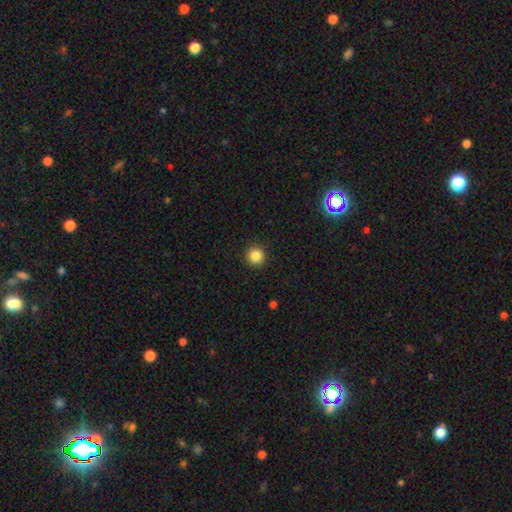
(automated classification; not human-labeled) A smooth galaxy with no disk features (85%) that is round (94%).

Vote fractions:
- Smooth or featured? smooth: 85% / star or artifact: 11% / featured or disk: 4%
- How rounded? round: 94% / in between: 5% / cigar-shaped: 1%
- Merging? none: 92% / minor disturbance: 5% / major disturbance: 2% / merger: 1%